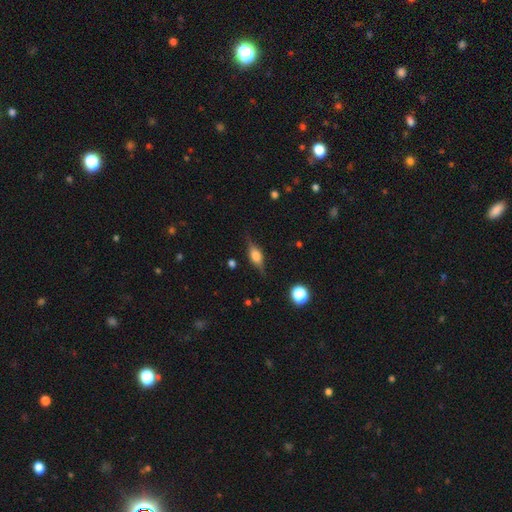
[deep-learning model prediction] Smooth or featured? featured or disk (59%)
Edge-on disk? yes (95%)
Edge-on bulge? rounded (86%)
Merging? none (81%)